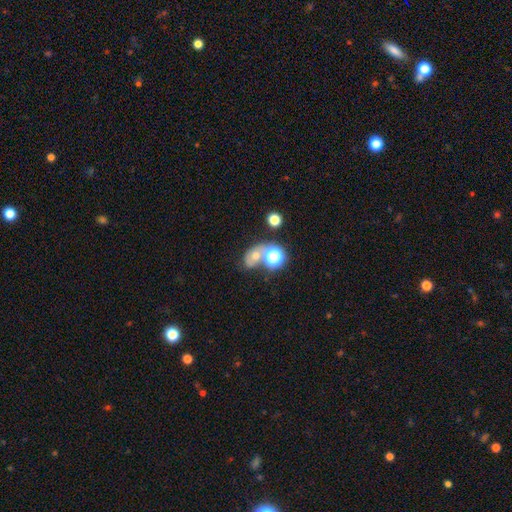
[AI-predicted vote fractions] This is possibly a smooth galaxy (46%). Merging: marginally merger (39%).